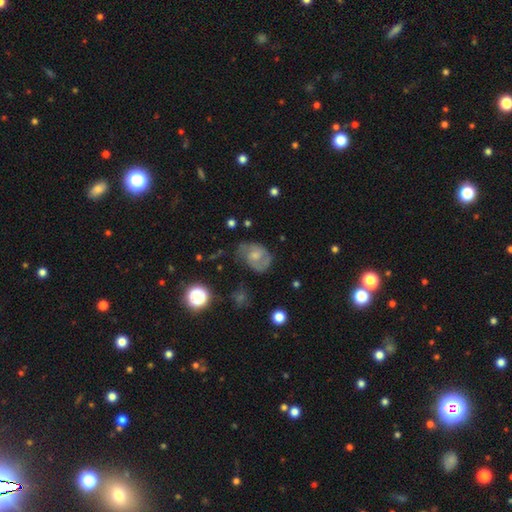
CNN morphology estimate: The model was most divided on "bulge size": moderate: 48%, small: 30%, none: 11%, large: 9%, dominant: 2%. More confident: edge-on disk — no (97%); spiral arms — yes (80%); smooth or featured — featured or disk (59%); bar — no (58%); merging — none (56%).